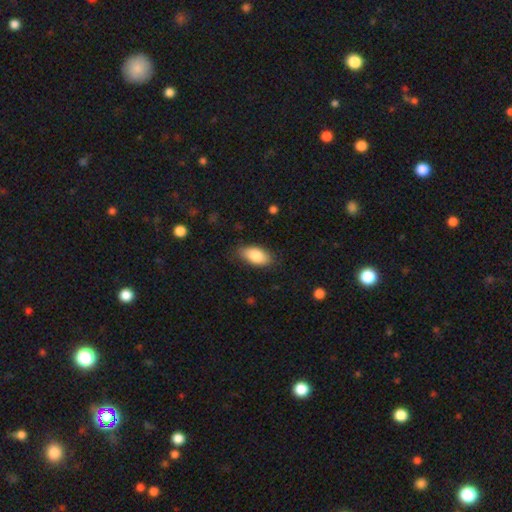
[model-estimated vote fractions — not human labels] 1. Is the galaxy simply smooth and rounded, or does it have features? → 83% smooth, 10% featured or disk, 6% star or artifact.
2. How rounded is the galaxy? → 92% in between, 5% cigar-shaped, 3% round.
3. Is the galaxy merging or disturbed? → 81% none, 14% minor disturbance, 3% major disturbance, 1% merger.